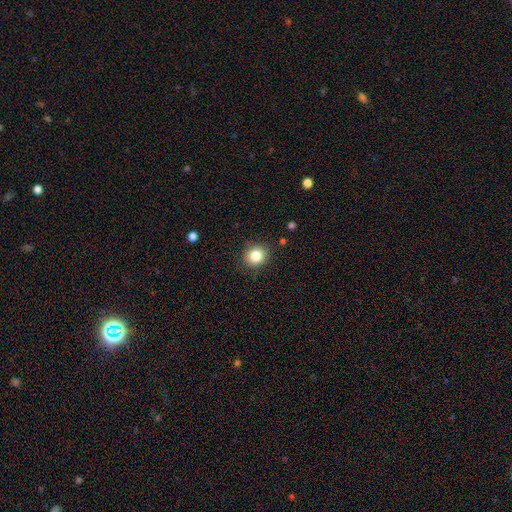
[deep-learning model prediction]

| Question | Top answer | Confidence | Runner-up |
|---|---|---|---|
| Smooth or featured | smooth | 83% | star or artifact (10%) |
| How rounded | round | 74% | in between (25%) |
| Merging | none | 87% | minor disturbance (9%) |